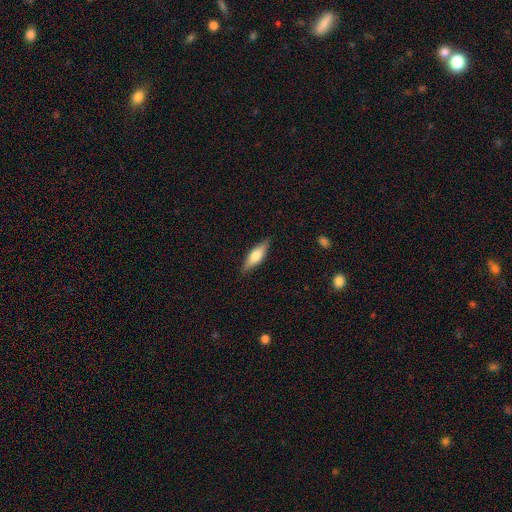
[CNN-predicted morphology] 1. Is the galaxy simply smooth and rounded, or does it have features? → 63% smooth, 31% featured or disk, 6% star or artifact.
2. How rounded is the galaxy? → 51% in between, 47% cigar-shaped, 2% round.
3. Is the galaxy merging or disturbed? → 86% none, 11% minor disturbance, 2% major disturbance, 1% merger.